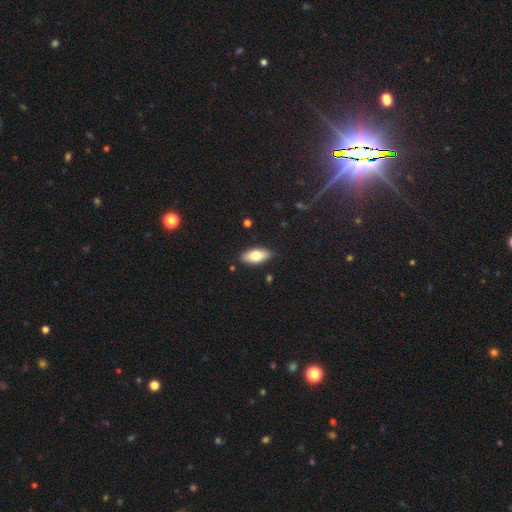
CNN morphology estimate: Smooth or featured?
  - smooth: 77% *
  - featured or disk: 16%
  - star or artifact: 7%
How rounded?
  - in between: 90% *
  - cigar-shaped: 8%
  - round: 2%
Merging?
  - none: 87% *
  - minor disturbance: 10%
  - major disturbance: 2%
  - merger: 1%